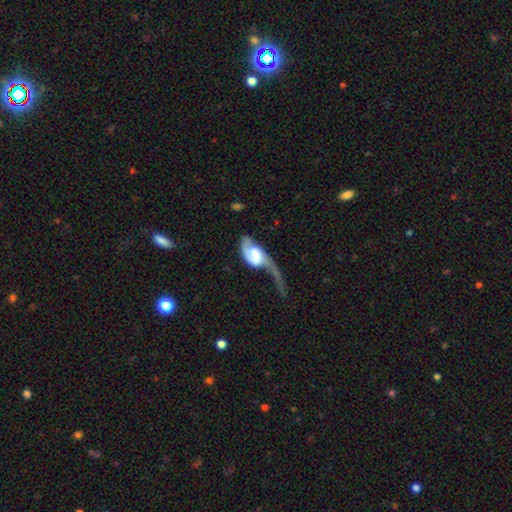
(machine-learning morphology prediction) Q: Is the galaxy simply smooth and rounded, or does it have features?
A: featured or disk — 72%.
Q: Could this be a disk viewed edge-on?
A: no — 96%.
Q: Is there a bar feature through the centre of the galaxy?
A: weak — 42%, tied with no.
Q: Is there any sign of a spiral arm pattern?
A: yes — 87%.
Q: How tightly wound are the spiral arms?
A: loose — 70%.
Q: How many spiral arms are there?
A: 1 — 49%.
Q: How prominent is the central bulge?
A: moderate — 37%.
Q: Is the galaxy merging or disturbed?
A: major disturbance — 65%.